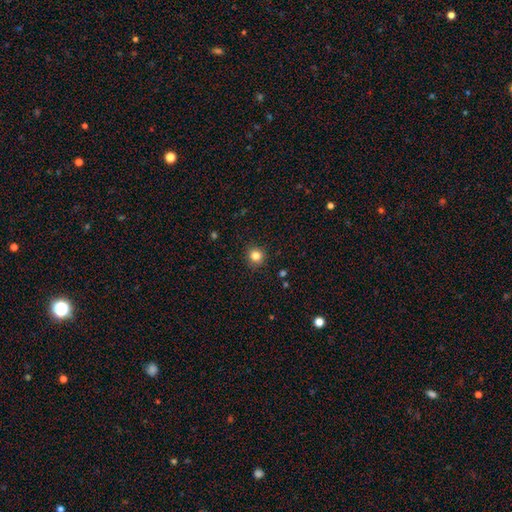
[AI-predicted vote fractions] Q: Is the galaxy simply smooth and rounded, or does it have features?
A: smooth — 83%.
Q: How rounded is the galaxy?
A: round — 90%.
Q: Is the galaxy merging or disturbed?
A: none — 91%.